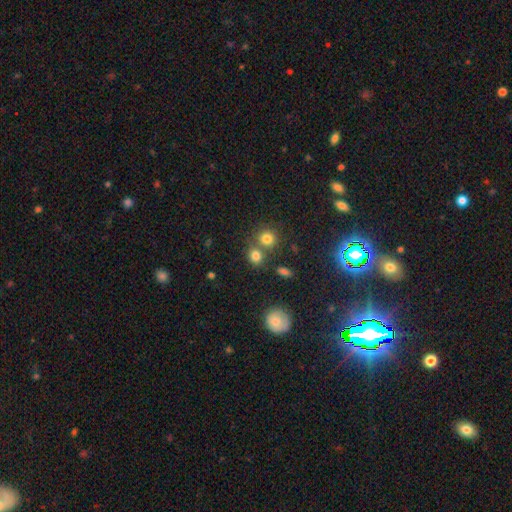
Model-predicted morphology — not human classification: This appears to be a smooth galaxy with no disk features (78%) that is round (76%). Merging: none (59%).